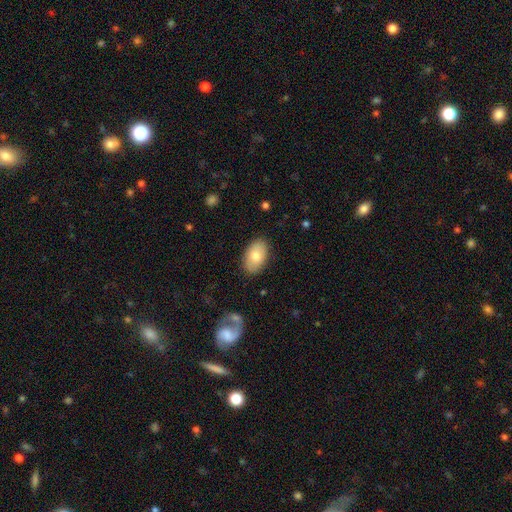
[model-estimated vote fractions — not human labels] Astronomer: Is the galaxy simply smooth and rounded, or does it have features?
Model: smooth — 76%.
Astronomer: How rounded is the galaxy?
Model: in between — 92%.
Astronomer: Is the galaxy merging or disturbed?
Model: none — 86%.